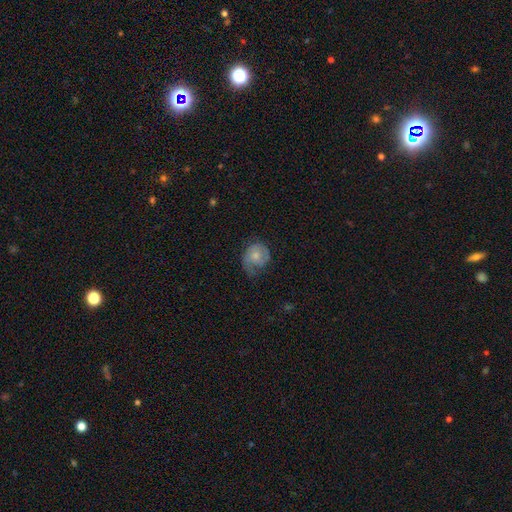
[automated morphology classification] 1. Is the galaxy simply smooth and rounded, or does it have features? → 49% smooth, 44% featured or disk, 7% star or artifact.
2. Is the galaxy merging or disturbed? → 44% none, 34% minor disturbance, 21% major disturbance, 1% merger.